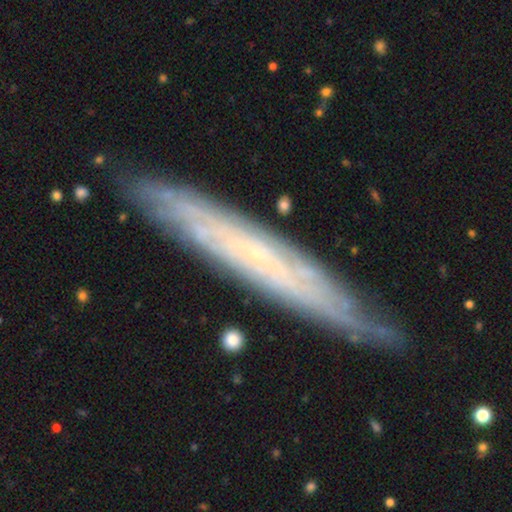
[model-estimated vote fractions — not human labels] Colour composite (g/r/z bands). It shows a featured or disk galaxy (70%) viewed edge-on (69%). Merging: none (84%).